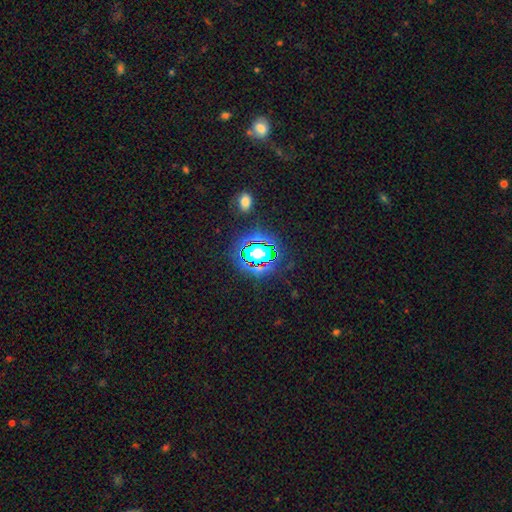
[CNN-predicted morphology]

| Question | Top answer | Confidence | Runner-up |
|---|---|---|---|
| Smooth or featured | star or artifact | 79% | smooth (13%) |